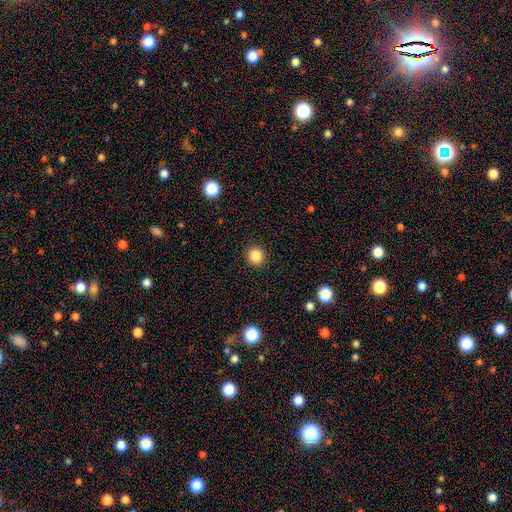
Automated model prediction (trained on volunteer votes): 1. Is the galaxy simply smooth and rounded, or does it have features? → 85% smooth, 11% star or artifact, 4% featured or disk.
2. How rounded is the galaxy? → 90% round, 9% in between, 1% cigar-shaped.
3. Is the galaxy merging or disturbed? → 92% none, 5% minor disturbance, 2% major disturbance, 1% merger.